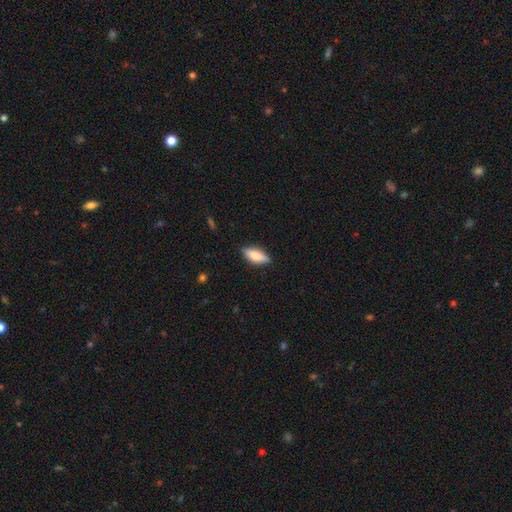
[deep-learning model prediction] smooth 80%, featured or disk 14%, star or artifact 6%. Down the decision tree: how rounded — in between (76%); merging — none (85%).